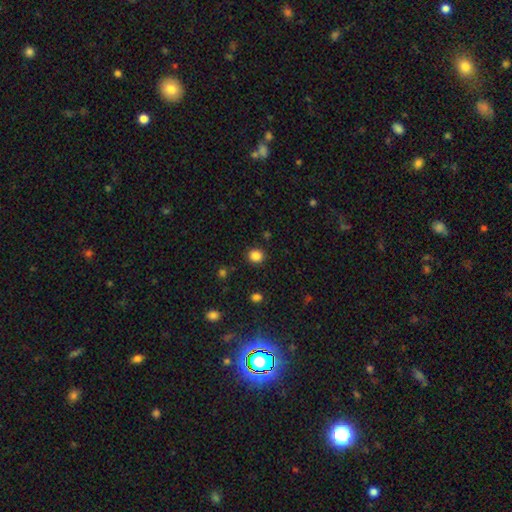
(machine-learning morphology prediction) smooth_or_featured: smooth (p=0.85) [alt: star or artifact p=0.12]
how_rounded: round (p=0.86) [alt: in between p=0.14]
merging: none (p=0.90) [alt: minor disturbance p=0.06]